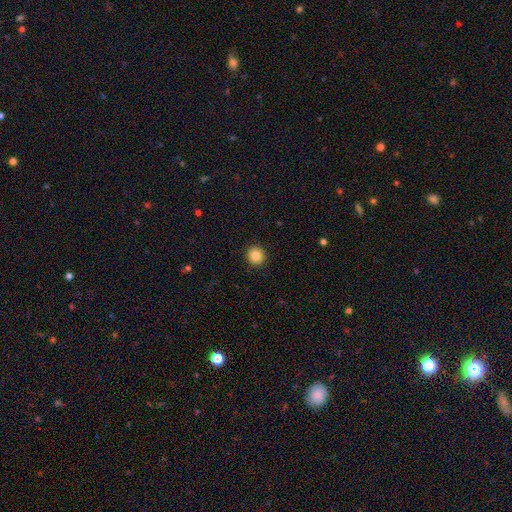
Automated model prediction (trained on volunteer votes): A smooth galaxy with no disk features (86%) that is round (92%). Merging: none (92%).